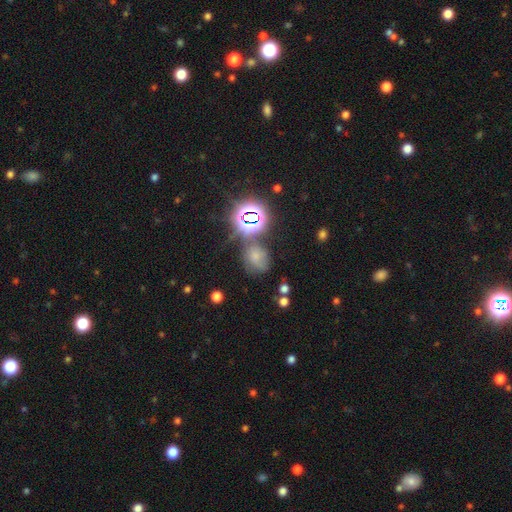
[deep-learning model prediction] A smooth galaxy with no disk features (54%) that is round (53%).

Vote fractions:
- Smooth or featured? smooth: 54% / star or artifact: 31% / featured or disk: 14%
- How rounded? round: 53% / in between: 45% / cigar-shaped: 1%
- Merging? none: 52% / minor disturbance: 24% / major disturbance: 14% / merger: 11%